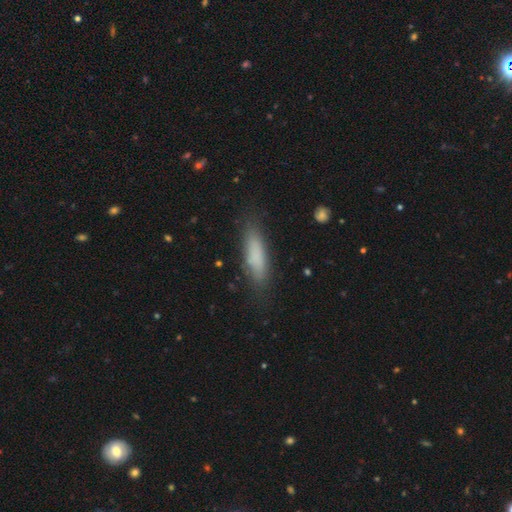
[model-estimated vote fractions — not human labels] Smooth or featured: smooth — 79% (featured or disk — 13%)
How rounded: cigar-shaped — 59% (in between — 39%)
Merging: none — 79% (minor disturbance — 15%)